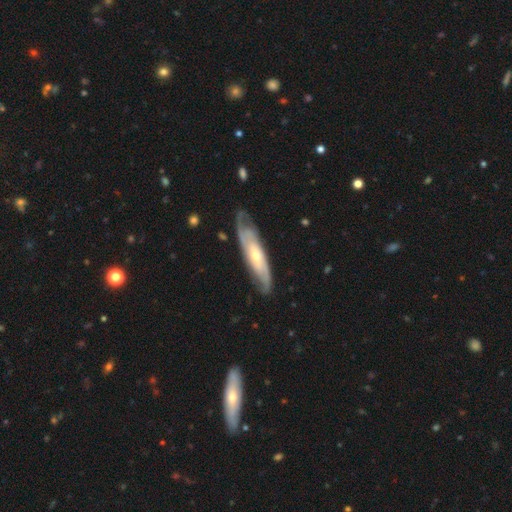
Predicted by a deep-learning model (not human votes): This appears to be a featured or disk galaxy (75%) with no bar (66%), spiral arms (89%) and a small central bulge (55%). Merging: none (73%).